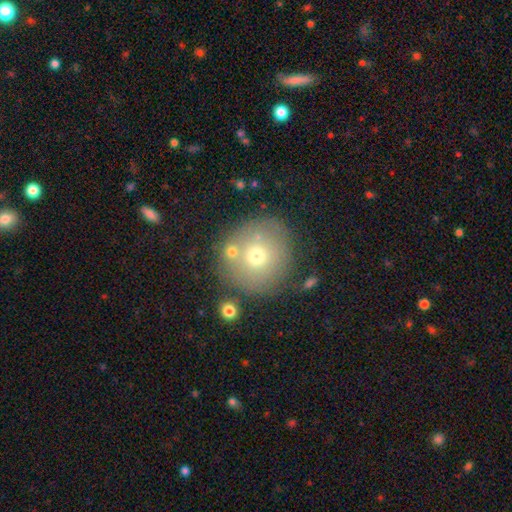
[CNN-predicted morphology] type=smooth (66%); roundness=round (94%); merging=none (75%).